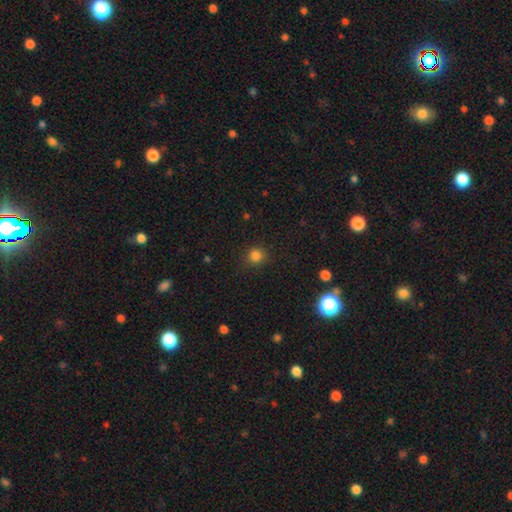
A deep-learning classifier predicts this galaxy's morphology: This is clearly a smooth galaxy (82%). How rounded: clearly round (87%). Merging: clearly none (86%).